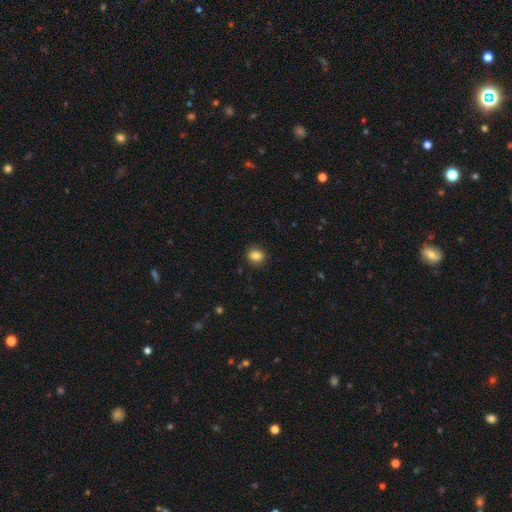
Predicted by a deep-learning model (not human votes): smooth_or_featured: smooth (p=0.85) [alt: star or artifact p=0.10]
how_rounded: round (p=0.69) [alt: in between p=0.30]
merging: none (p=0.89) [alt: minor disturbance p=0.08]